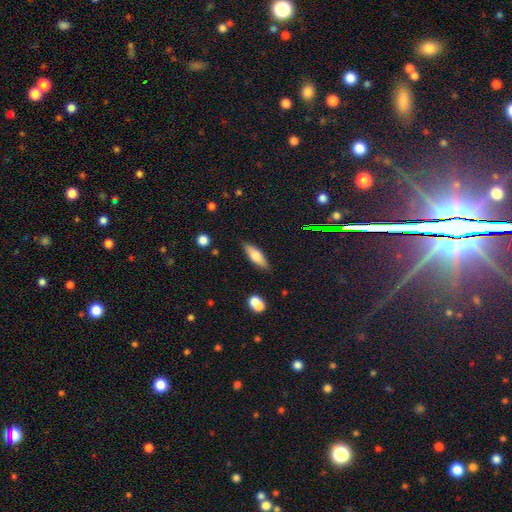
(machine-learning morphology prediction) A smooth galaxy with no disk features (66%) that is in between round and cigar-shaped (54%). Merging: none (84%).